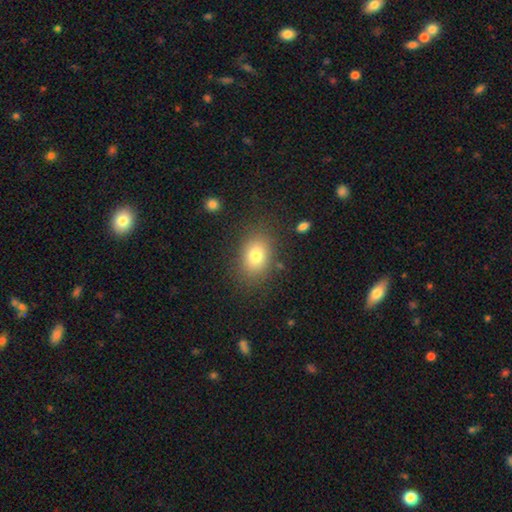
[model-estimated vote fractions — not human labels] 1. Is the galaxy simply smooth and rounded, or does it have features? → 78% smooth, 11% featured or disk, 11% star or artifact.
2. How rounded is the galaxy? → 71% in between, 28% round, 1% cigar-shaped.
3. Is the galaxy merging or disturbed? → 82% none, 11% minor disturbance, 5% major disturbance, 2% merger.